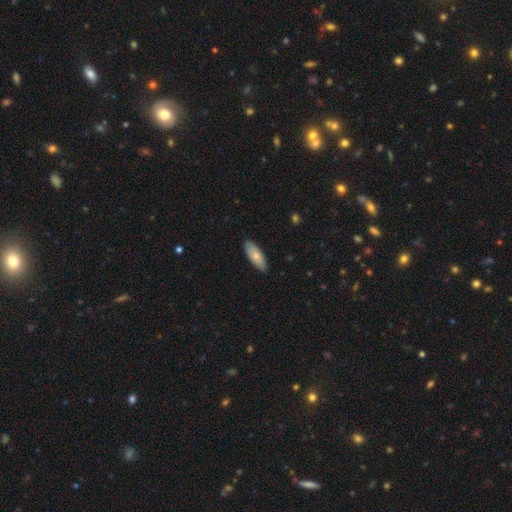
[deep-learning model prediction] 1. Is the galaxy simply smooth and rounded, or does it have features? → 77% smooth, 17% featured or disk, 5% star or artifact.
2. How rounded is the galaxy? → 74% in between, 24% cigar-shaped, 2% round.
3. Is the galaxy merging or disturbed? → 87% none, 11% minor disturbance, 2% major disturbance, 1% merger.